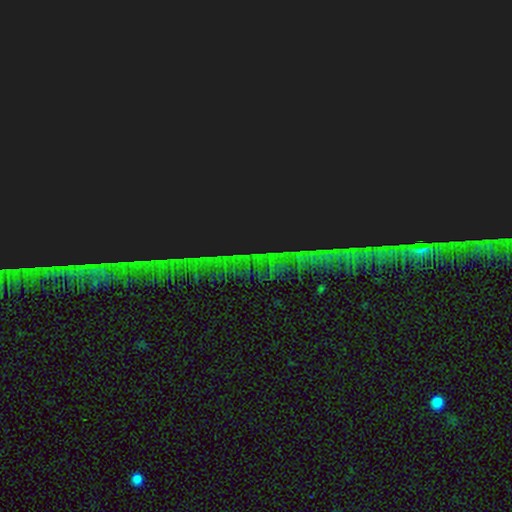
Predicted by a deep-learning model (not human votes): This is clearly a star or artifact rather than a galaxy (84%).